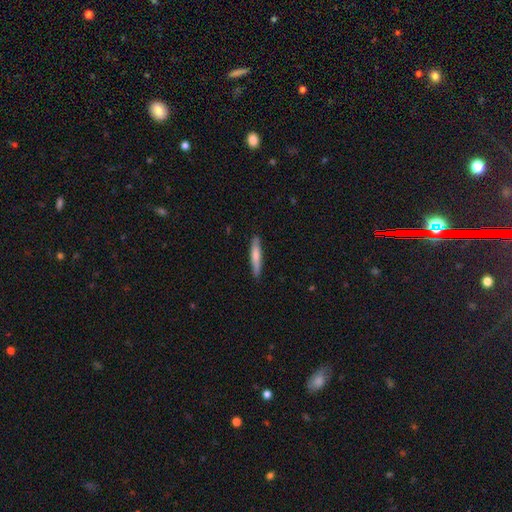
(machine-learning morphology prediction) A smooth galaxy with no disk features (72%) that is cigar-shaped (92%).

Vote fractions:
- Smooth or featured? smooth: 72% / featured or disk: 23% / star or artifact: 5%
- How rounded? cigar-shaped: 92% / in between: 7% / round: 1%
- Merging? none: 89% / minor disturbance: 9% / major disturbance: 2% / merger: 1%